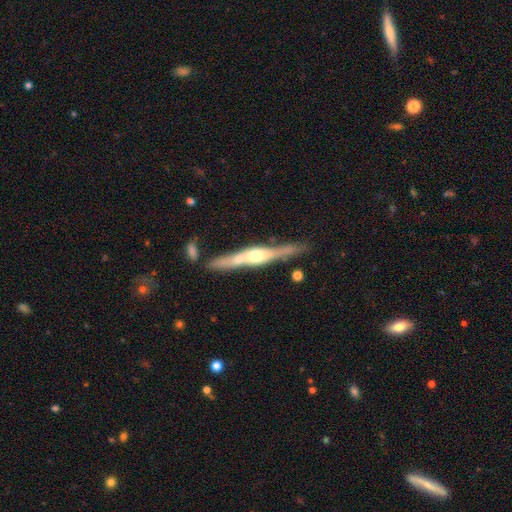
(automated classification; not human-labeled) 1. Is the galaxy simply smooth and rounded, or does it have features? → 74% featured or disk, 21% smooth, 5% star or artifact.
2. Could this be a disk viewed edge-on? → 96% yes, 4% no.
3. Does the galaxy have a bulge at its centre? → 88% rounded, 8% boxy, 4% none.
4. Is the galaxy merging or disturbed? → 74% none, 14% minor disturbance, 9% merger, 3% major disturbance.